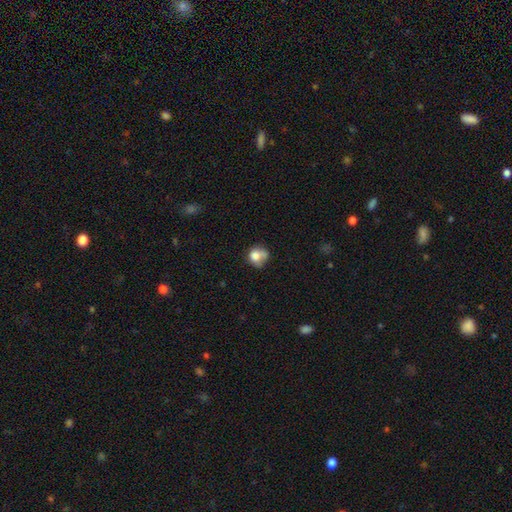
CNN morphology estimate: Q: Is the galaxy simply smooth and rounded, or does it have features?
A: smooth — 76%.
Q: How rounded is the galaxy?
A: round — 72%.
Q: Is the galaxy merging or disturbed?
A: none — 38%.